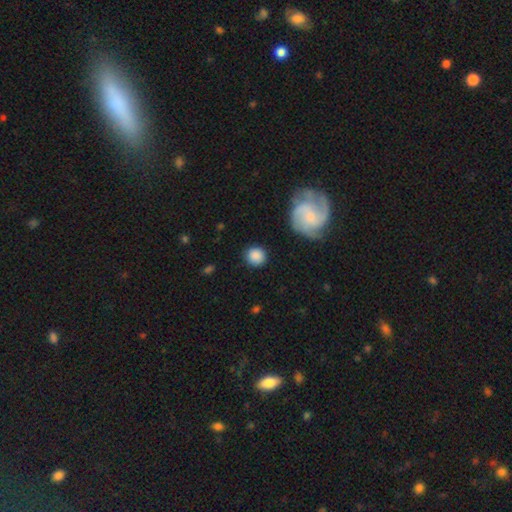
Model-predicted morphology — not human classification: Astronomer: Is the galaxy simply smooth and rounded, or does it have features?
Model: smooth — 85%.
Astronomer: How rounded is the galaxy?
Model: round — 89%.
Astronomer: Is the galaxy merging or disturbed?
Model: none — 87%.